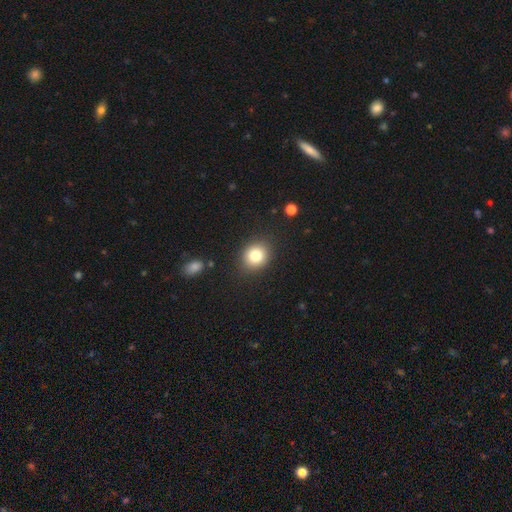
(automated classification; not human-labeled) Morphology: type=smooth (81%); roundness=round (70%); merging=none (86%).